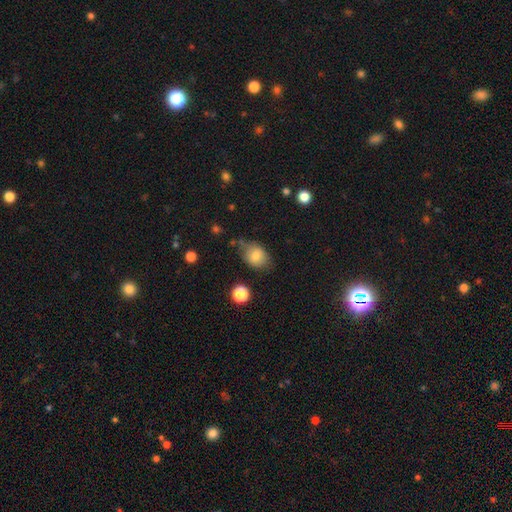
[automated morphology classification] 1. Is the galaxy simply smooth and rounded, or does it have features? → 78% smooth, 12% featured or disk, 10% star or artifact.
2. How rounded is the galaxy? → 62% in between, 37% round, 1% cigar-shaped.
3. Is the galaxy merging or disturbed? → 56% none, 30% minor disturbance, 9% major disturbance, 5% merger.